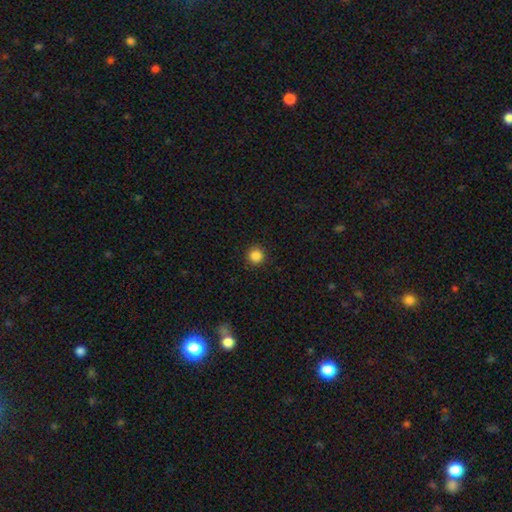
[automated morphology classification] smooth 86%, star or artifact 11%, featured or disk 3%. Down the decision tree: how rounded — round (95%); merging — none (91%).